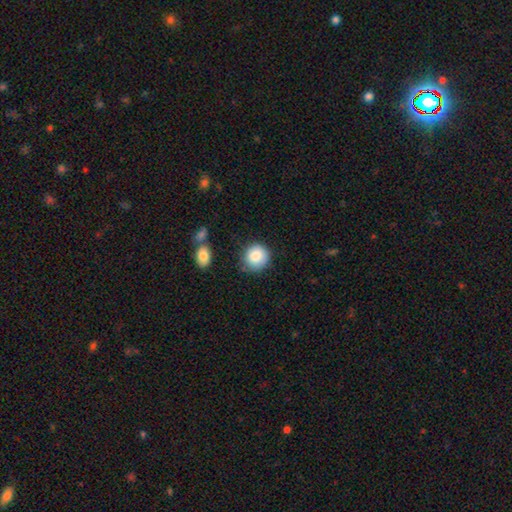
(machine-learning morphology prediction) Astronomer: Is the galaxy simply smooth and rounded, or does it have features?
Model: smooth — 86%.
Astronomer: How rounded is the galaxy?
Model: round — 88%.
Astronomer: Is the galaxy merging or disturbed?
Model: none — 76%.